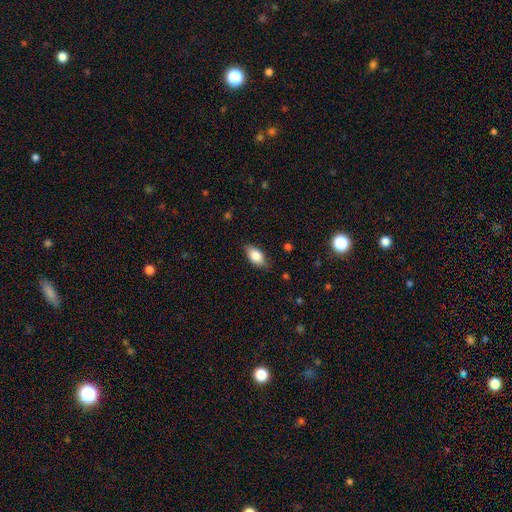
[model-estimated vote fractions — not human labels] A smooth galaxy with no disk features (84%) that is in between round and cigar-shaped (91%). Merging: none (81%).